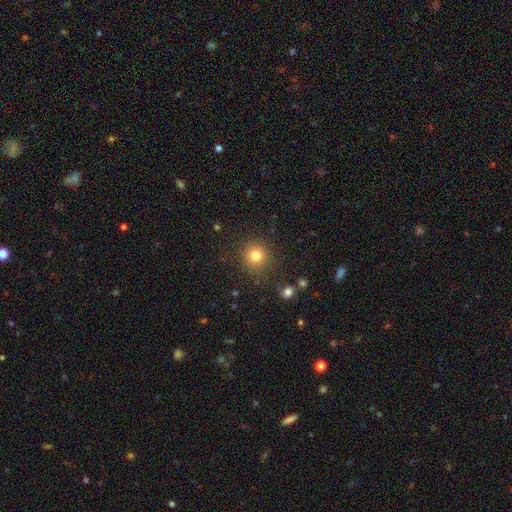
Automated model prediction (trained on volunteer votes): A smooth galaxy with no disk features (79%) that is round (92%). Merging: none (86%).